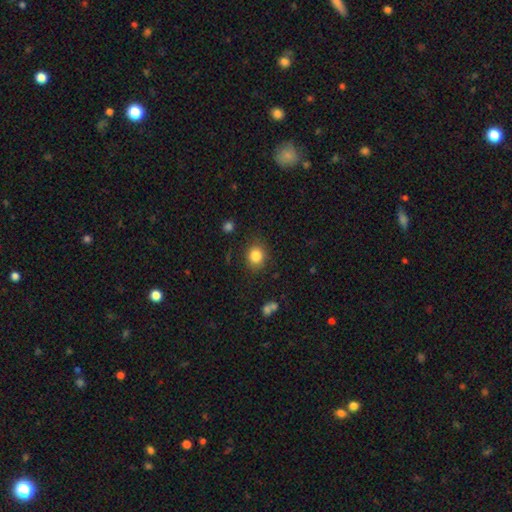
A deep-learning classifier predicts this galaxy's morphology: smooth-or-featured: smooth: 84% | star or artifact: 10% | featured or disk: 6%
  how-rounded: round: 68% | in between: 31% | cigar-shaped: 1%
  merging: none: 83% | minor disturbance: 12% | major disturbance: 3% | merger: 2%